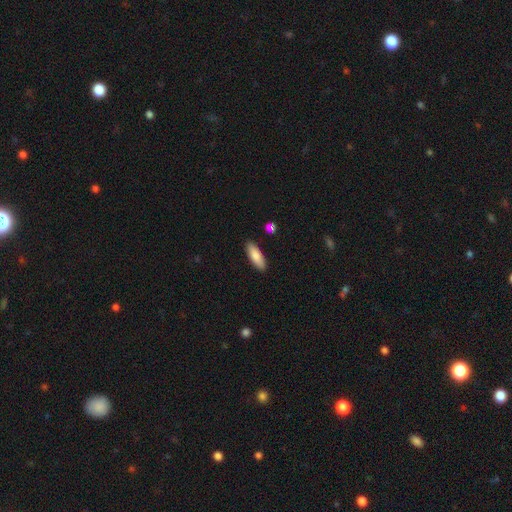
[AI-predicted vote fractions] Smooth or featured?
  - smooth: 83% *
  - featured or disk: 11%
  - star or artifact: 6%
How rounded?
  - in between: 63% *
  - cigar-shaped: 35%
  - round: 2%
Merging?
  - none: 88% *
  - minor disturbance: 8%
  - major disturbance: 2%
  - merger: 2%